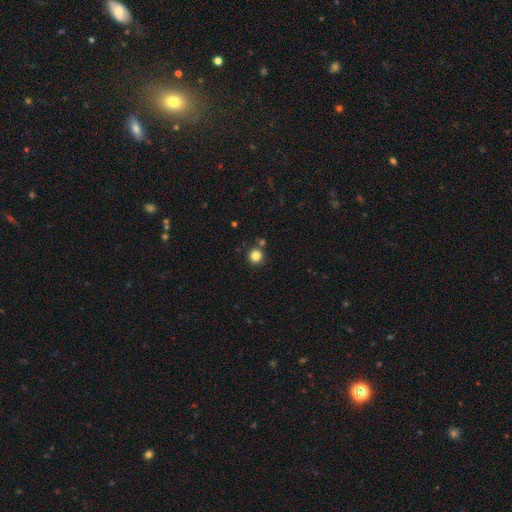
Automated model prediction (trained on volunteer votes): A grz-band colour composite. It shows a smooth galaxy with no disk features (83%) that is round (93%). Merging: none (81%).